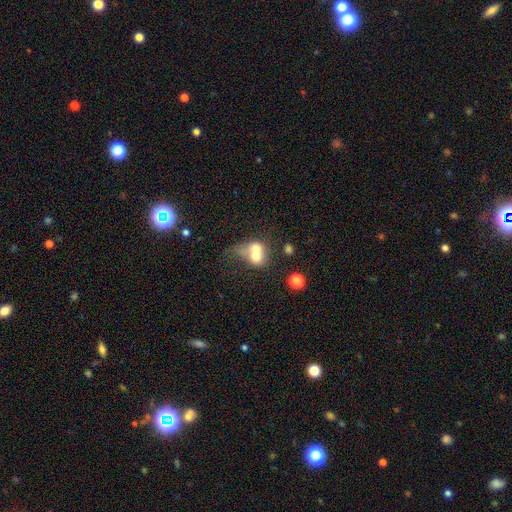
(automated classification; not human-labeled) Smooth or featured: smooth — 62% (featured or disk — 28%)
How rounded: round — 58% (in between — 40%)
Merging: merger — 73% (none — 13%)